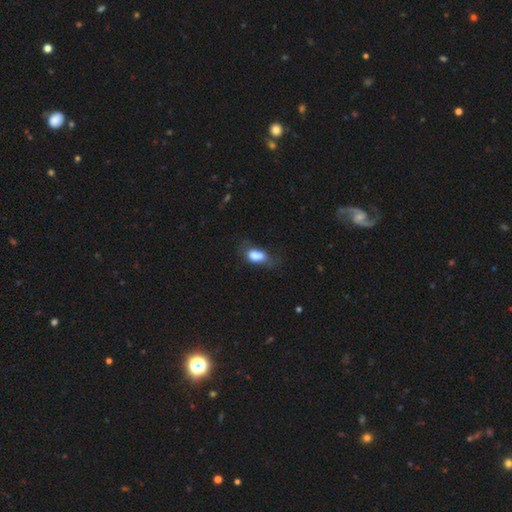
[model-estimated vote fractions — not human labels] smooth-or-featured: smooth: 75% | featured or disk: 15% | star or artifact: 10%
  how-rounded: in between: 83% | round: 10% | cigar-shaped: 7%
  merging: none: 36% | minor disturbance: 30% | major disturbance: 25% | merger: 9%